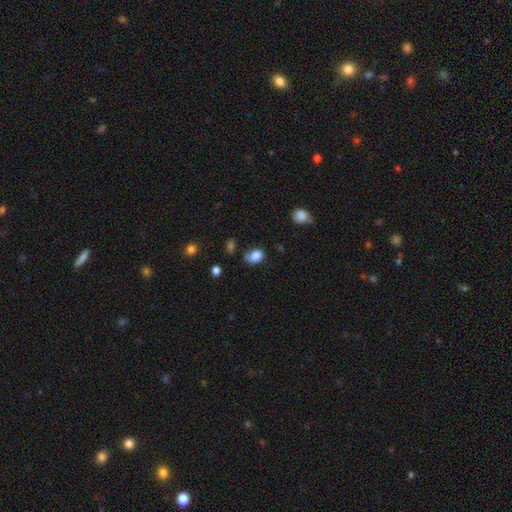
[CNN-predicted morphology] This is clearly a smooth galaxy (83%). How rounded: likely in between (68%). Merging: possibly none (49%).